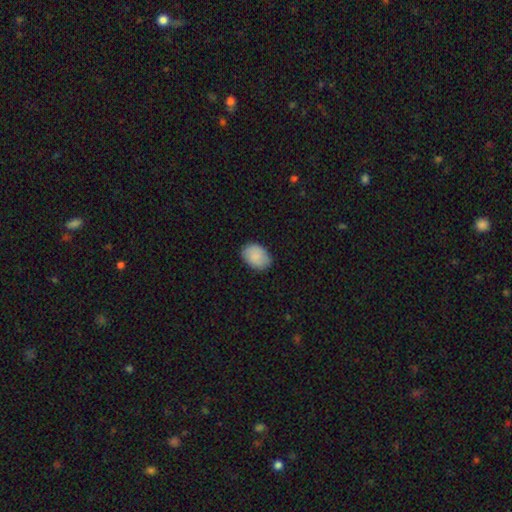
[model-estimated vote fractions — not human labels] A smooth galaxy with no disk features (88%) that is in between round and cigar-shaped (78%).

Vote fractions:
- Smooth or featured? smooth: 88% / star or artifact: 6% / featured or disk: 6%
- How rounded? in between: 78% / round: 21% / cigar-shaped: 1%
- Merging? none: 82% / minor disturbance: 14% / major disturbance: 3% / merger: 1%